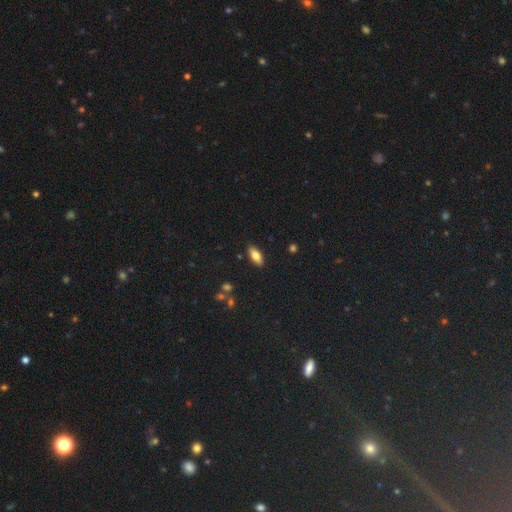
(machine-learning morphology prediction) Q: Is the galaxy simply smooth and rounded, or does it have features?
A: smooth — 78%.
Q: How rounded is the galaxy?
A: in between — 85%.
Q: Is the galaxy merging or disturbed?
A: none — 87%.